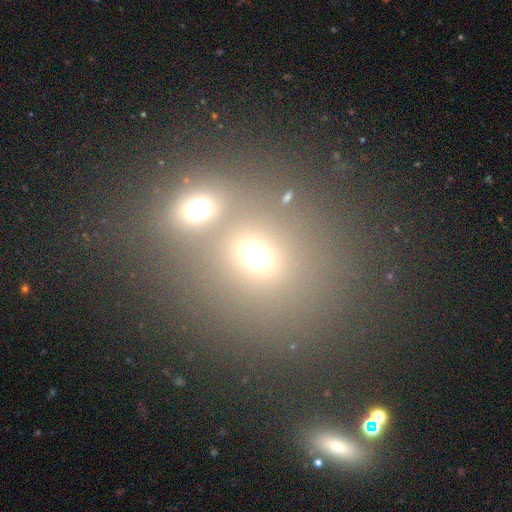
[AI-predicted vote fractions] Smooth or featured?
  - smooth: 63% *
  - star or artifact: 21%
  - featured or disk: 16%
How rounded?
  - round: 63% *
  - in between: 36%
  - cigar-shaped: 1%
Merging?
  - merger: 55% *
  - none: 34%
  - minor disturbance: 7%
  - major disturbance: 4%